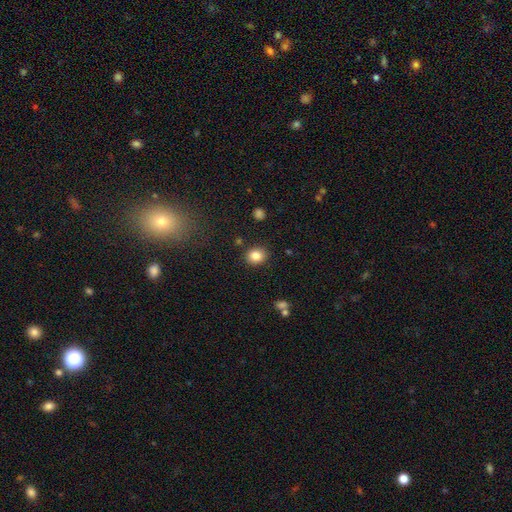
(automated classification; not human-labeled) This is clearly a smooth galaxy (85%). How rounded: likely round (64%). Merging: clearly none (85%).